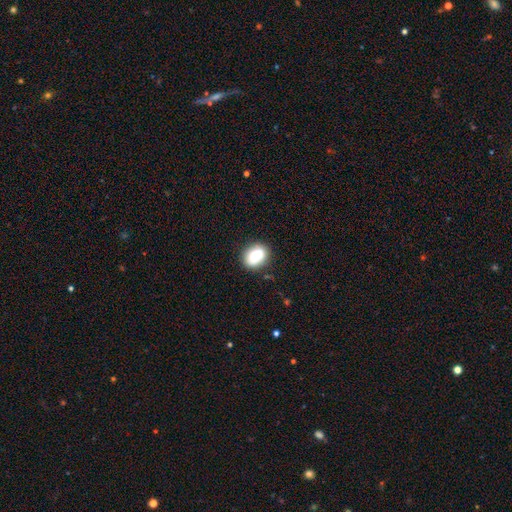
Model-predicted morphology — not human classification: A smooth galaxy with no disk features (82%) that is in between round and cigar-shaped (66%).

Vote fractions:
- Smooth or featured? smooth: 82% / featured or disk: 10% / star or artifact: 8%
- How rounded? in between: 66% / round: 33% / cigar-shaped: 1%
- Merging? none: 84% / minor disturbance: 12% / major disturbance: 3% / merger: 2%